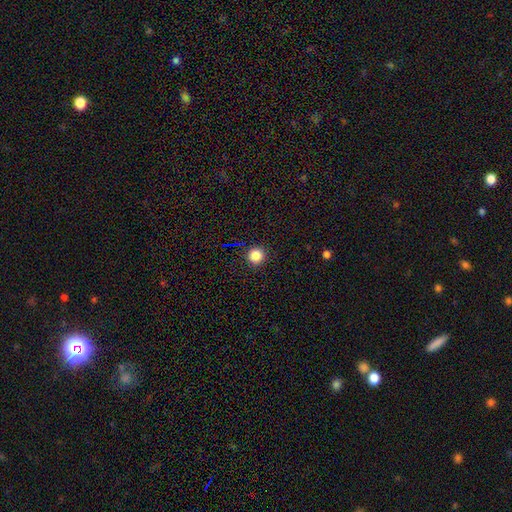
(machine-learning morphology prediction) Smooth or featured: smooth — 85% (star or artifact — 11%)
How rounded: round — 96% (in between — 4%)
Merging: none — 93% (minor disturbance — 5%)